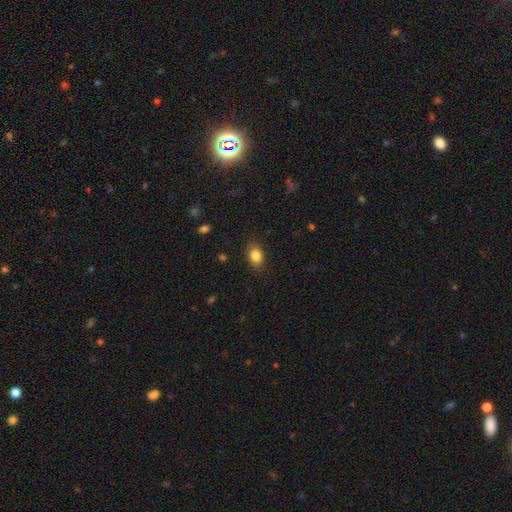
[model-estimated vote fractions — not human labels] This is clearly a smooth galaxy (84%). How rounded: likely in between (70%). Merging: clearly none (85%).